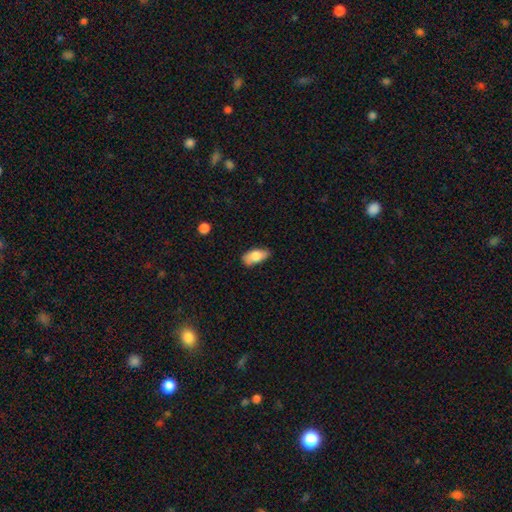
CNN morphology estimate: type=smooth (76%); roundness=in between (90%); merging=none (73%).